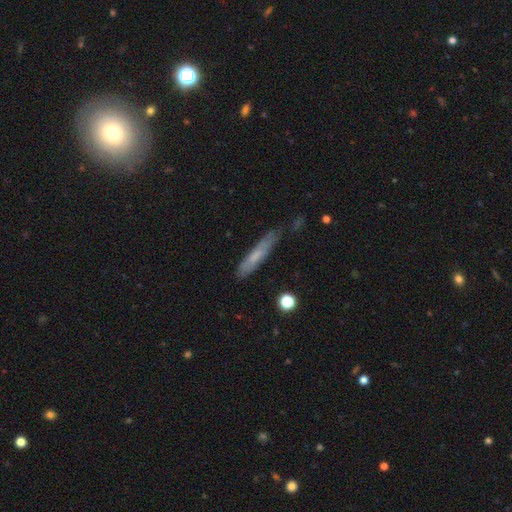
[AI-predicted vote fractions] Smooth or featured?
  - smooth: 57% *
  - featured or disk: 35%
  - star or artifact: 8%
How rounded?
  - cigar-shaped: 89% *
  - in between: 9%
  - round: 2%
Merging?
  - none: 67% *
  - minor disturbance: 25%
  - major disturbance: 6%
  - merger: 3%